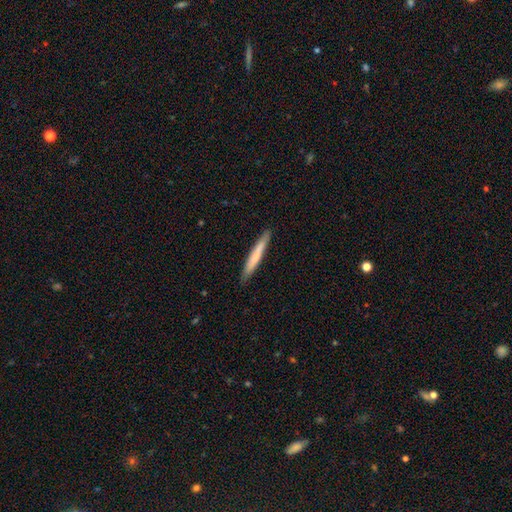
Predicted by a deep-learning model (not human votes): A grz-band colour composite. It shows a smooth galaxy with no disk features (68%) that is cigar-shaped (96%). Merging: none (89%).